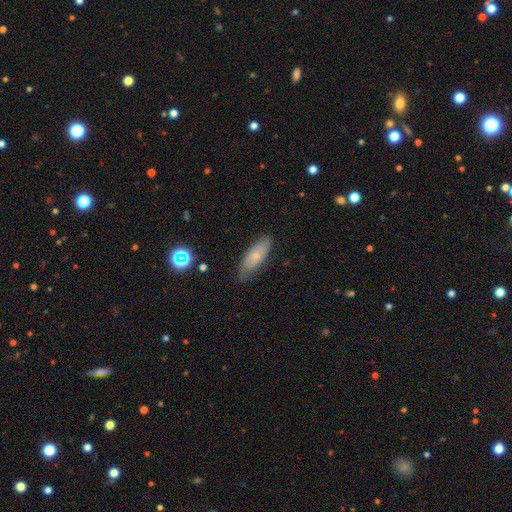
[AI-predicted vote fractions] smooth_or_featured: smooth (p=0.61) [alt: featured or disk p=0.31]
how_rounded: in between (p=0.71) [alt: cigar-shaped p=0.27]
merging: none (p=0.69) [alt: minor disturbance p=0.24]